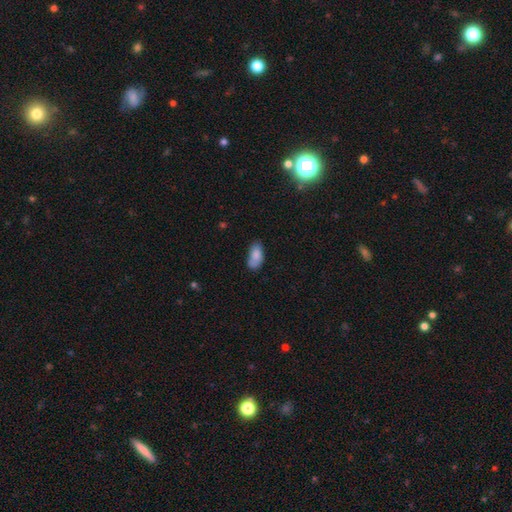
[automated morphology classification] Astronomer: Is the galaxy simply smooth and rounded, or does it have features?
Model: smooth — 79%.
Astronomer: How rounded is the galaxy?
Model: in between — 91%.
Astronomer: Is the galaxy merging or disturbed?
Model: none — 57%.